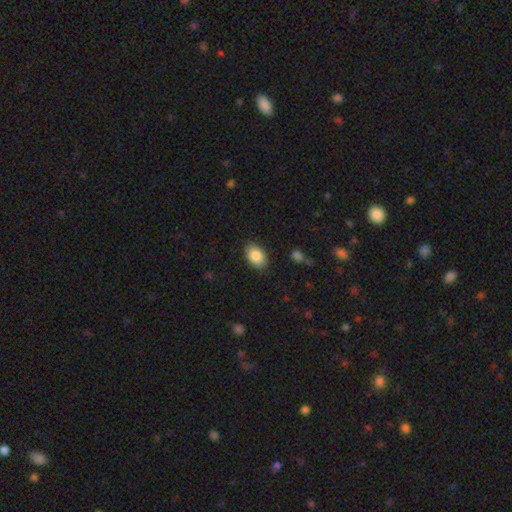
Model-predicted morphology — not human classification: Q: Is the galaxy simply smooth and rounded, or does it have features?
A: smooth — 86%.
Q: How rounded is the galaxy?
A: in between — 88%.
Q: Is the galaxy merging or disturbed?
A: none — 86%.